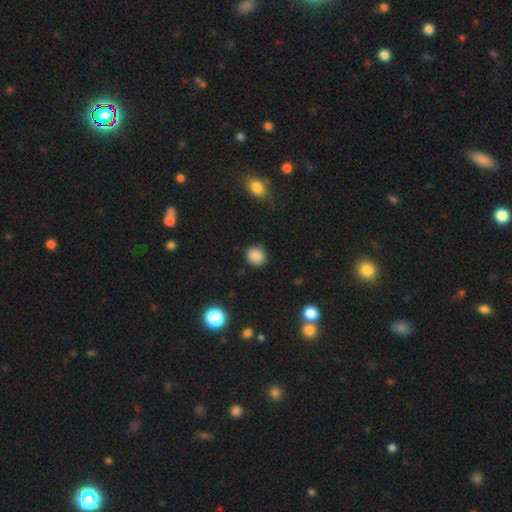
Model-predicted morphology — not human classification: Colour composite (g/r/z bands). It shows a smooth galaxy with no disk features (86%) that is round (76%). Merging: none (88%).